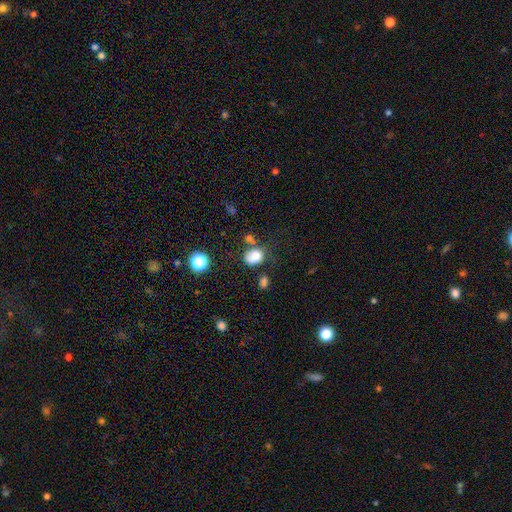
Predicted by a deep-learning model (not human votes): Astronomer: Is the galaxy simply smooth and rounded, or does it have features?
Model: smooth — 78%.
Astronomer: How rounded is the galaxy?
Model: in between — 50% (runner-up: round, 49%).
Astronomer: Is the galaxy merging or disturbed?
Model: none — 51%.